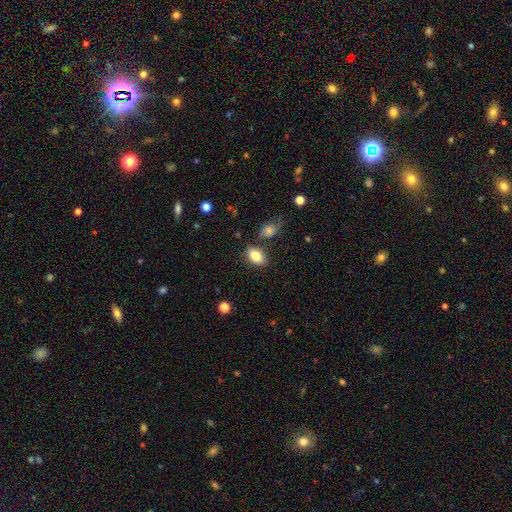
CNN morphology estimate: Q: Smooth or featured?
A: smooth (82%); runner-up: featured or disk (10%)
Q: How rounded?
A: in between (87%); runner-up: round (11%)
Q: Merging?
A: none (76%); runner-up: minor disturbance (13%)